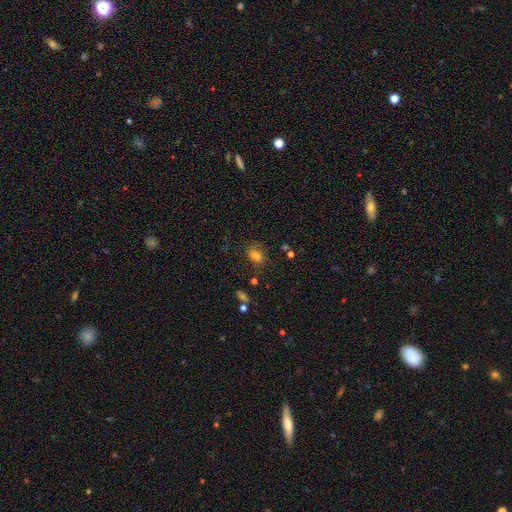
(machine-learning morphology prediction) smooth_or_featured: smooth (p=0.72) [alt: star or artifact p=0.17]
how_rounded: in between (p=0.68) [alt: round p=0.30]
merging: none (p=0.61) [alt: minor disturbance p=0.22]